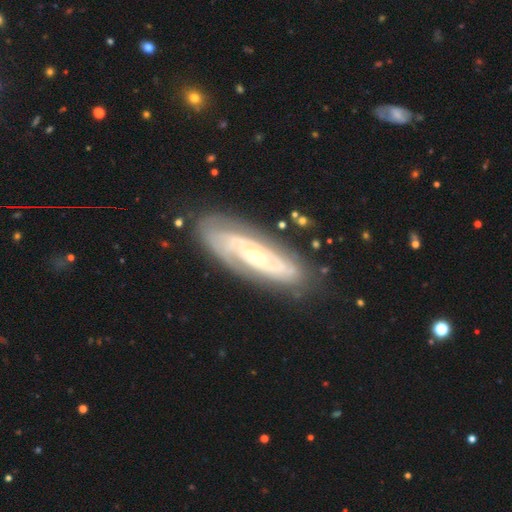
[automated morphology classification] Smooth or featured: featured or disk — 83% (smooth — 12%)
Edge-on disk: no — 86% (yes — 14%)
Bar: no — 72% (weak — 20%)
Spiral arms: yes — 88% (no — 12%)
Spiral winding: tight — 69% (medium — 24%)
Spiral arm count: can't tell — 40% (2 — 37%)
Bulge size: small — 69% (moderate — 27%)
Merging: none — 80% (minor disturbance — 14%)